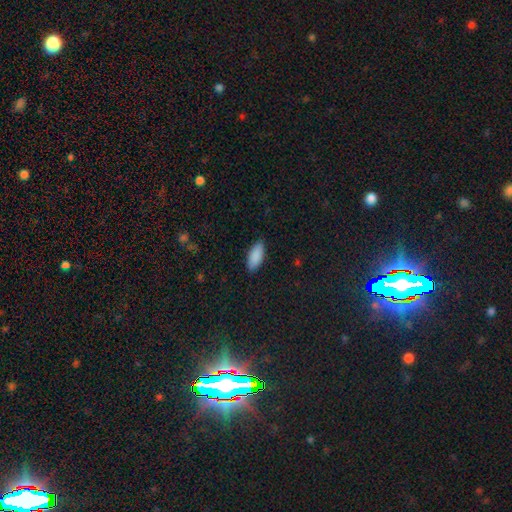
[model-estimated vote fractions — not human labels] smooth-or-featured: smooth: 89% | star or artifact: 6% | featured or disk: 5%
  how-rounded: in between: 85% | cigar-shaped: 13% | round: 2%
  merging: none: 87% | minor disturbance: 10% | major disturbance: 2% | merger: 1%